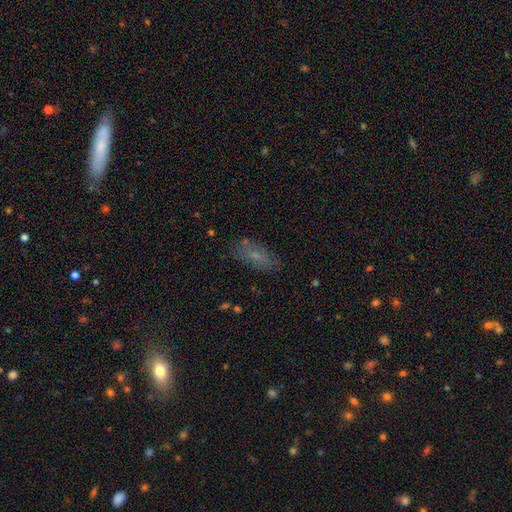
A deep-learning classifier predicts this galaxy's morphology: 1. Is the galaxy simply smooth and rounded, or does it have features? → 62% smooth, 25% featured or disk, 12% star or artifact.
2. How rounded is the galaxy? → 77% in between, 18% cigar-shaped, 4% round.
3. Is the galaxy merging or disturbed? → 73% none, 18% minor disturbance, 6% major disturbance, 3% merger.